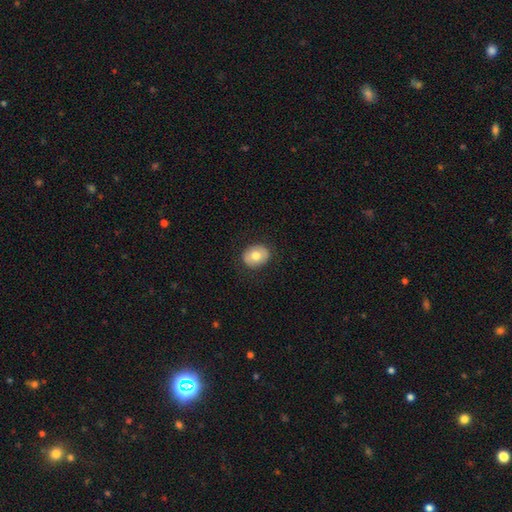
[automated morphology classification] This appears to be a smooth galaxy with no disk features (71%) that is round (55%). Merging: none (86%).